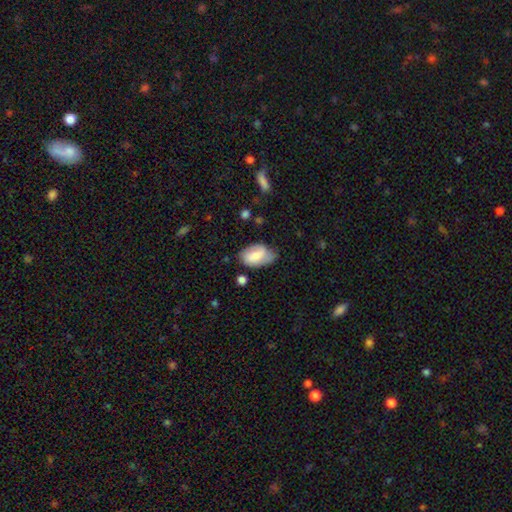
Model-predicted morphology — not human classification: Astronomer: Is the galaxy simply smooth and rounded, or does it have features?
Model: smooth — 67%.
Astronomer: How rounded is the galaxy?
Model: in between — 92%.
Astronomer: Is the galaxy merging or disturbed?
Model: none — 56% (runner-up: minor disturbance, 33%).